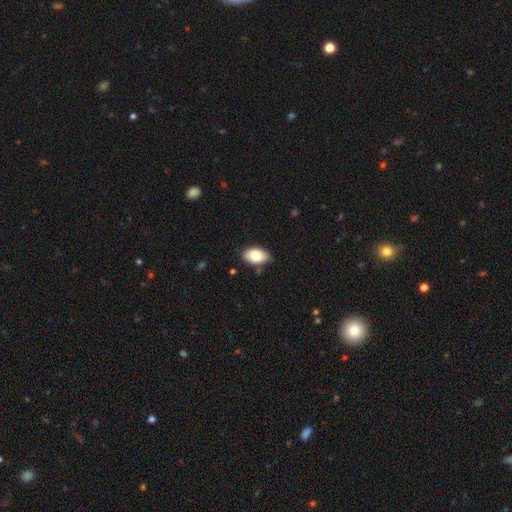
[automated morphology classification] Smooth or featured? smooth (79%)
How rounded? in between (92%)
Merging? none (84%)